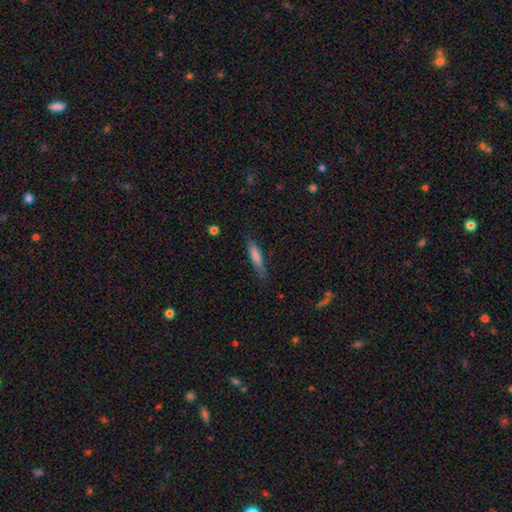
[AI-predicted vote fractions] This is possibly a smooth galaxy (59%). How rounded: clearly cigar-shaped (89%). Merging: likely none (79%).